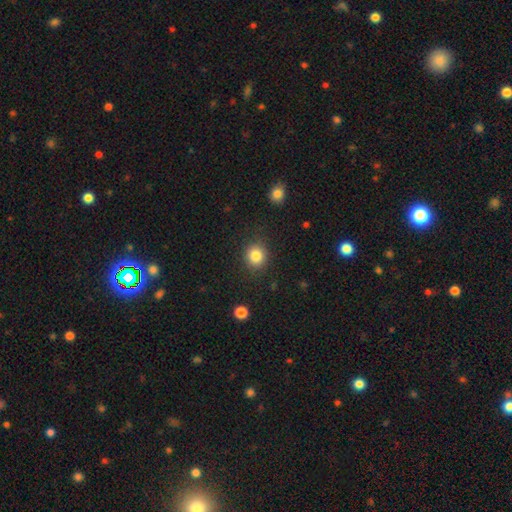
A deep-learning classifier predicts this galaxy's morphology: Smooth or featured? Predicted: smooth (p=0.84). How rounded? Predicted: round (p=0.80). Merging? Predicted: none (p=0.87).